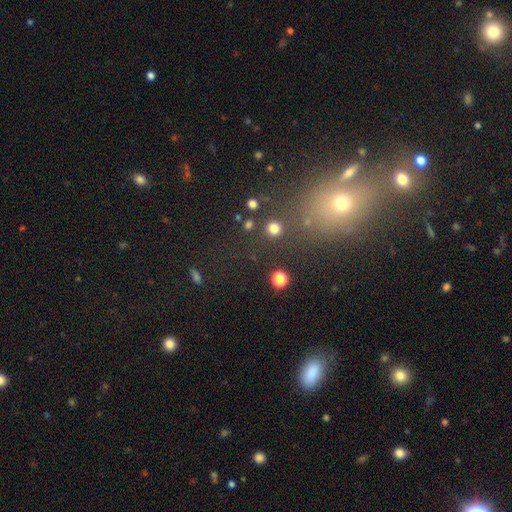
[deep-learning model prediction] smooth-or-featured: star or artifact: 45% | smooth: 41% | featured or disk: 14%